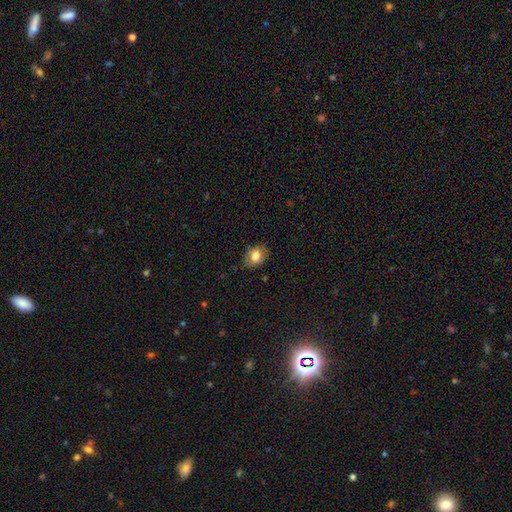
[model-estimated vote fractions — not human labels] smooth-or-featured: smooth: 75% | featured or disk: 16% | star or artifact: 9%
  how-rounded: in between: 60% | round: 38% | cigar-shaped: 1%
  merging: none: 74% | minor disturbance: 21% | major disturbance: 4% | merger: 1%